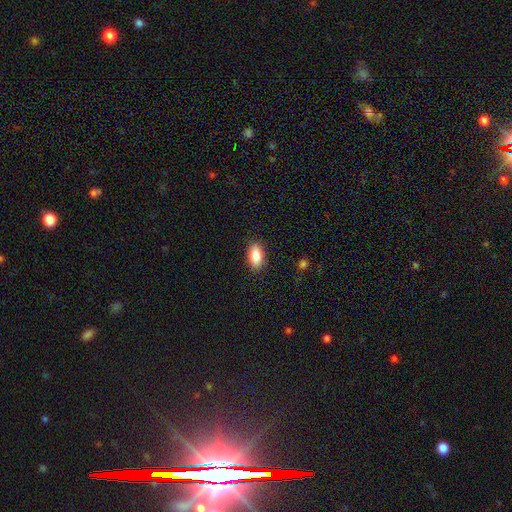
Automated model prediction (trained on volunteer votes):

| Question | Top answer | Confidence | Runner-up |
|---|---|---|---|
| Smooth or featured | smooth | 86% | featured or disk (7%) |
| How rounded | in between | 90% | cigar-shaped (5%) |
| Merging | none | 88% | minor disturbance (9%) |